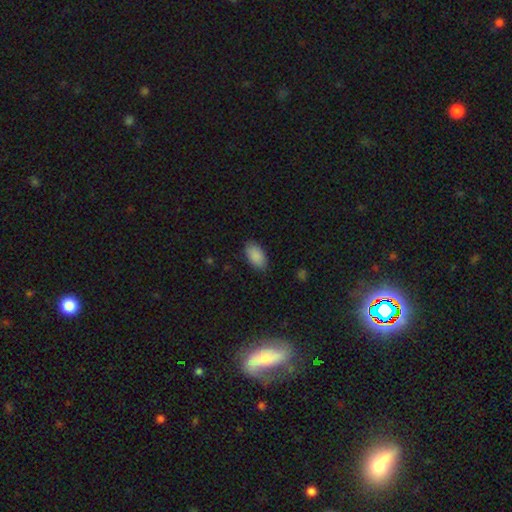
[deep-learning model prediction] Smooth or featured?
  - smooth: 90% *
  - star or artifact: 7%
  - featured or disk: 4%
How rounded?
  - in between: 94% *
  - round: 3%
  - cigar-shaped: 2%
Merging?
  - none: 85% *
  - minor disturbance: 11%
  - major disturbance: 3%
  - merger: 1%